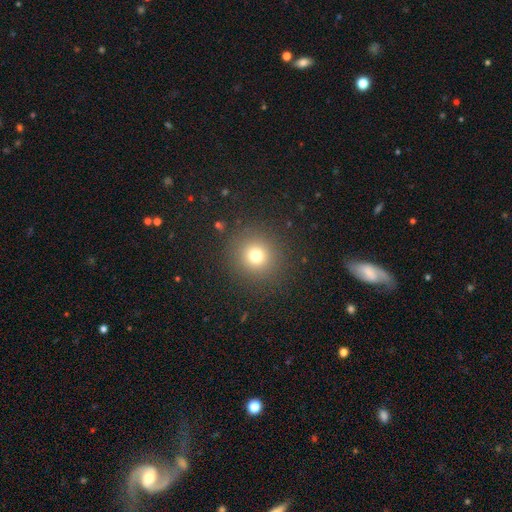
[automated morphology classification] This appears to be a smooth galaxy with no disk features (74%) that is round (93%). Merging: none (89%).